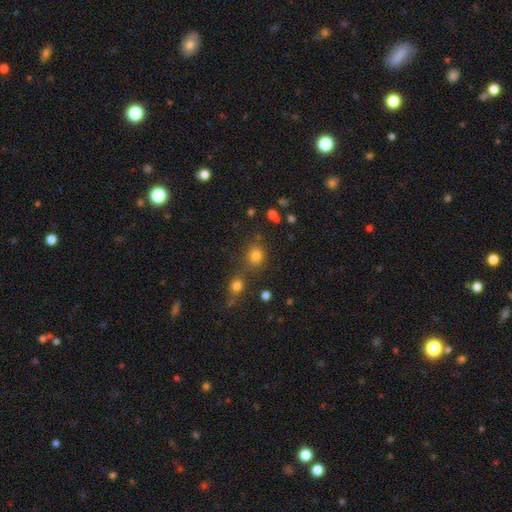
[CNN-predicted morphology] Smooth or featured? Predicted: smooth (p=0.74). How rounded? Predicted: round (p=0.75). Merging? Predicted: none (p=0.63).